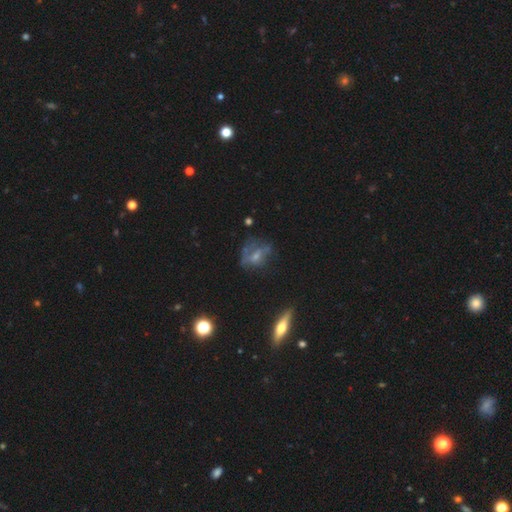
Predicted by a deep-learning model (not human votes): Morphology: type=featured or disk (47%); merging=none (43%).